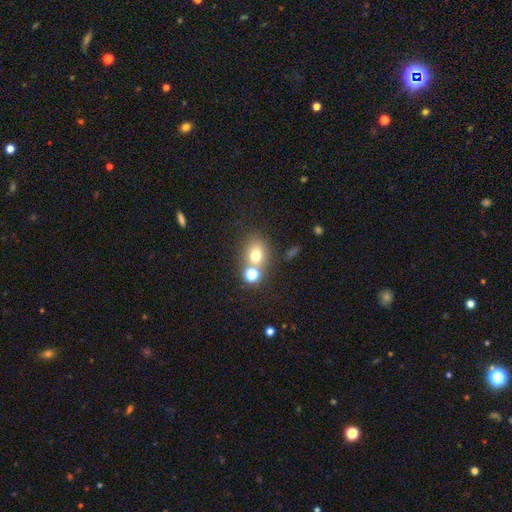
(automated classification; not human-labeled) Q: Smooth or featured?
A: smooth (71%); runner-up: star or artifact (17%)
Q: How rounded?
A: round (61%); runner-up: in between (38%)
Q: Merging?
A: none (55%); runner-up: merger (29%)